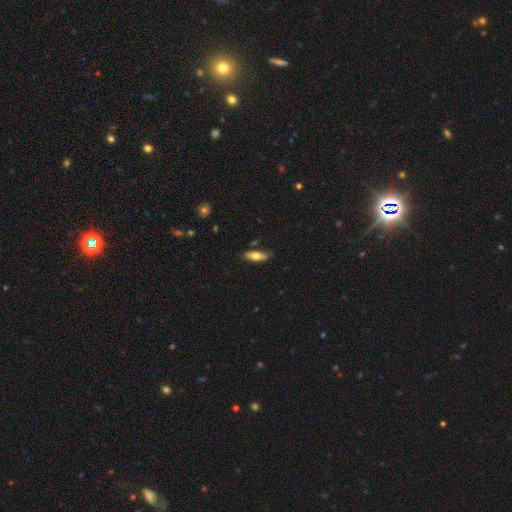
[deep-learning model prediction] This appears to be a smooth galaxy with no disk features (67%) that is in between round and cigar-shaped (61%). Merging: none (81%).